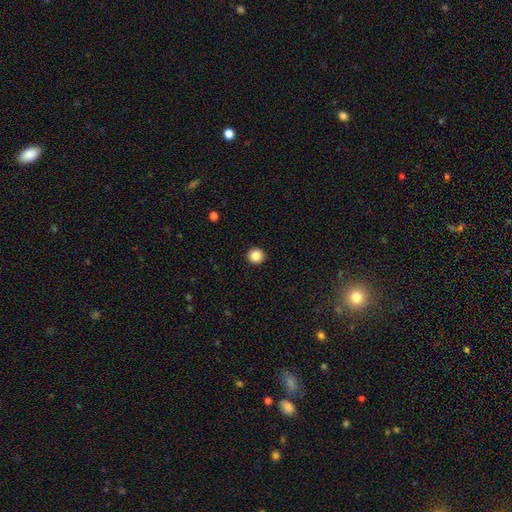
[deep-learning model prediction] Smooth or featured? smooth (86%)
How rounded? round (92%)
Merging? none (93%)